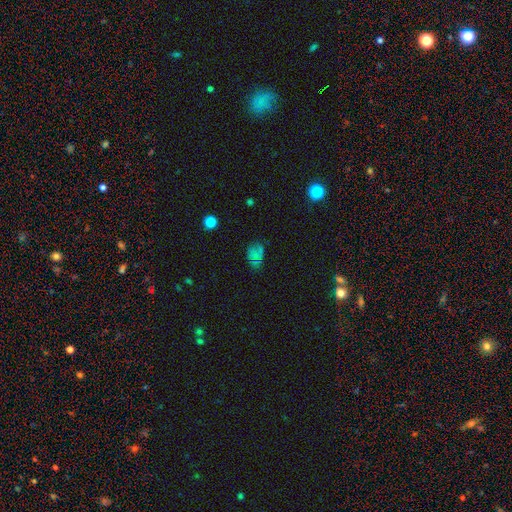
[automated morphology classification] Smooth or featured: smooth — 46% (star or artifact — 33%)
Merging: none — 56% (minor disturbance — 23%)